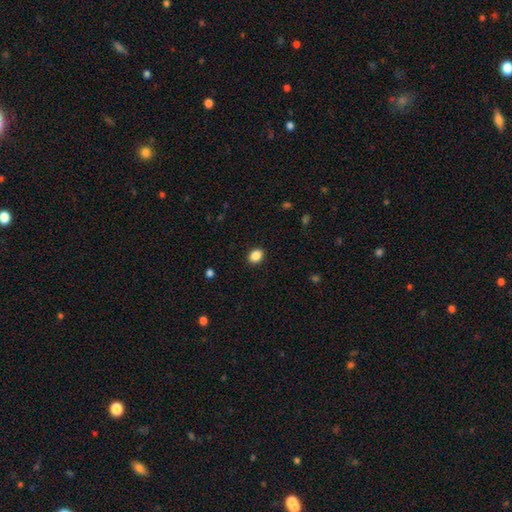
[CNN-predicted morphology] type=smooth (88%); roundness=in between (52%); merging=none (90%).